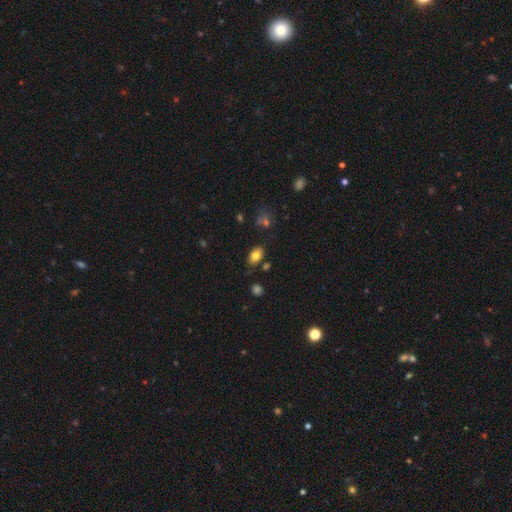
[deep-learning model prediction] The model was most divided on "merging": none: 79%, minor disturbance: 13%, merger: 5%, major disturbance: 3%. More confident: how rounded — in between (88%); smooth or featured — smooth (81%).